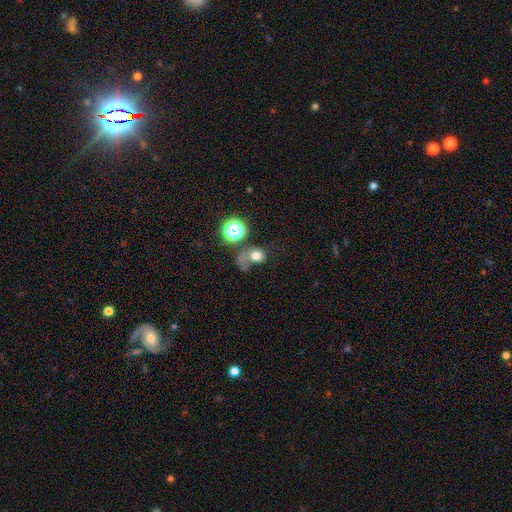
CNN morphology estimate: smooth_or_featured: smooth (p=0.67) [alt: star or artifact p=0.18]
how_rounded: round (p=0.60) [alt: in between p=0.39]
merging: major disturbance (p=0.36) [alt: none p=0.26]